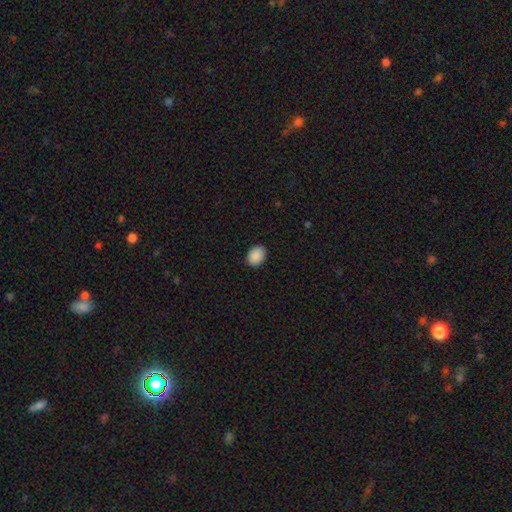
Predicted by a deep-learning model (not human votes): Smooth or featured?
  - smooth: 90% *
  - star or artifact: 8%
  - featured or disk: 2%
How rounded?
  - in between: 61% *
  - round: 38%
  - cigar-shaped: 1%
Merging?
  - none: 89% *
  - minor disturbance: 8%
  - major disturbance: 2%
  - merger: 1%